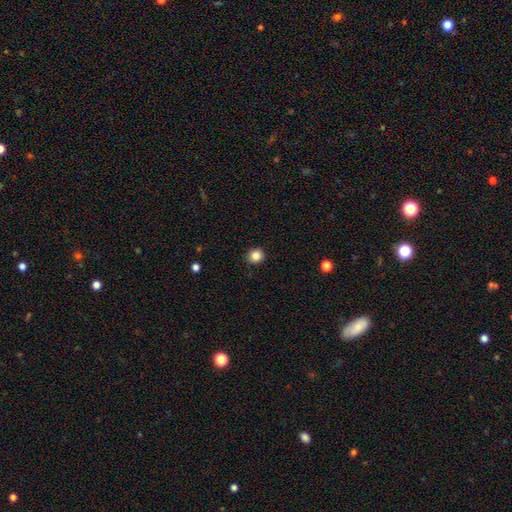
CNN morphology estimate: type=smooth (85%); roundness=round (87%); merging=none (91%).